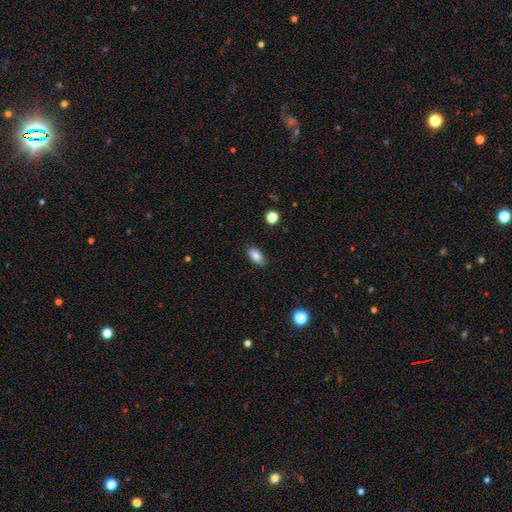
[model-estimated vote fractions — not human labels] This appears to be a smooth galaxy with no disk features (84%) that is in between round and cigar-shaped (89%). Merging: none (87%).